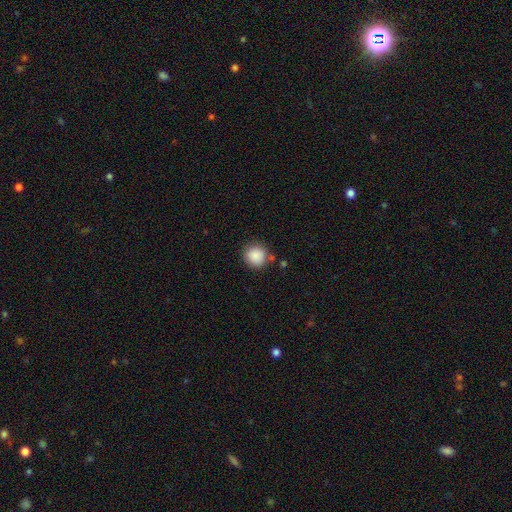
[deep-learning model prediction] The model was most divided on "merging": none: 80%, minor disturbance: 11%, merger: 5%, major disturbance: 3%. More confident: how rounded — round (89%); smooth or featured — smooth (88%).